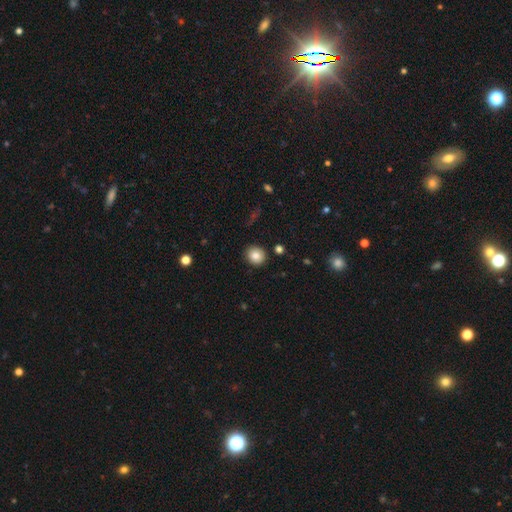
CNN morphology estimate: The model was most divided on "how rounded": round: 84%, in between: 15%, cigar-shaped: 1%. More confident: merging — none (89%); smooth or featured — smooth (84%).